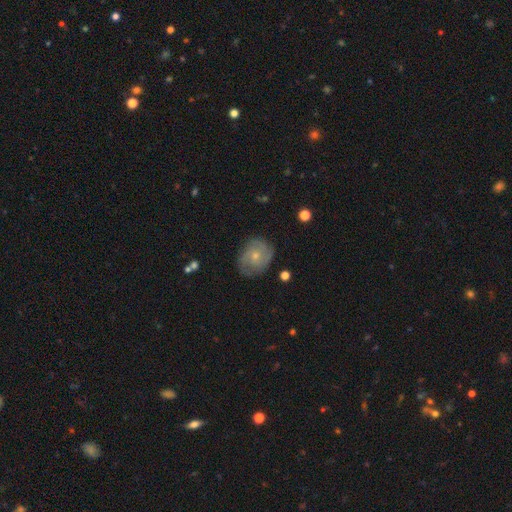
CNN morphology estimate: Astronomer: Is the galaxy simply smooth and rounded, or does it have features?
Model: featured or disk — 67%.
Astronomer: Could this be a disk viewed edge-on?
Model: no — 97%.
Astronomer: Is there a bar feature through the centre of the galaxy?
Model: no — 77%.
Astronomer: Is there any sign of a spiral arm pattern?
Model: yes — 88%.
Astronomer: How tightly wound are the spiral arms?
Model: tight — 48% (runner-up: medium, 40%).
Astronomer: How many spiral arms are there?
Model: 2 — 37% (runner-up: can't tell, 27%).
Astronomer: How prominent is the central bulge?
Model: small — 70%.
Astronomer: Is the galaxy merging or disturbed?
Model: none — 75%.